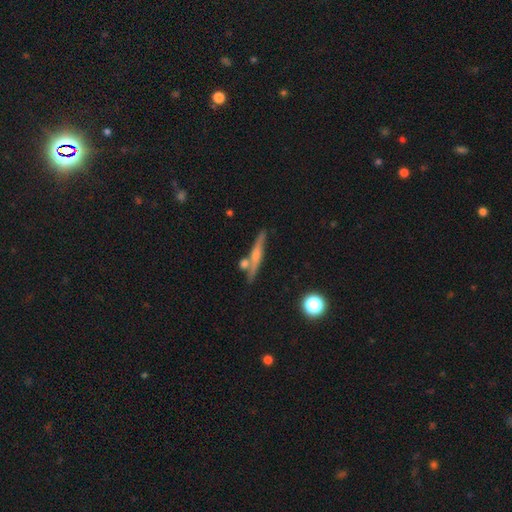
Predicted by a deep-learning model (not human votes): Smooth or featured: featured or disk — 56% (smooth — 35%)
Edge-on disk: yes — 91% (no — 9%)
Edge-on bulge: rounded — 64% (none — 24%)
Merging: none — 68% (merger — 15%)